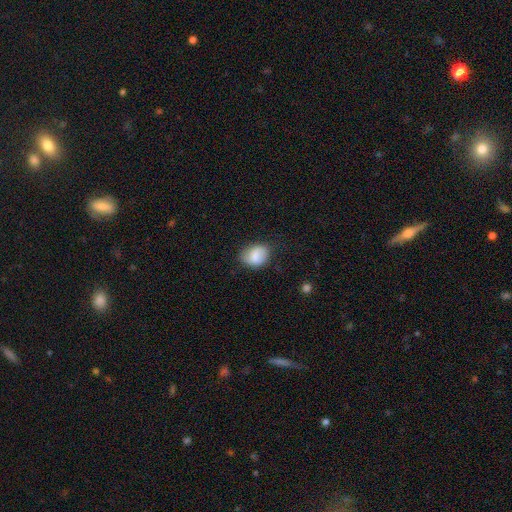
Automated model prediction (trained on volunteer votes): Smooth or featured? Predicted: smooth (p=0.78). How rounded? Predicted: in between (p=0.59). Merging? Predicted: none (p=0.66).